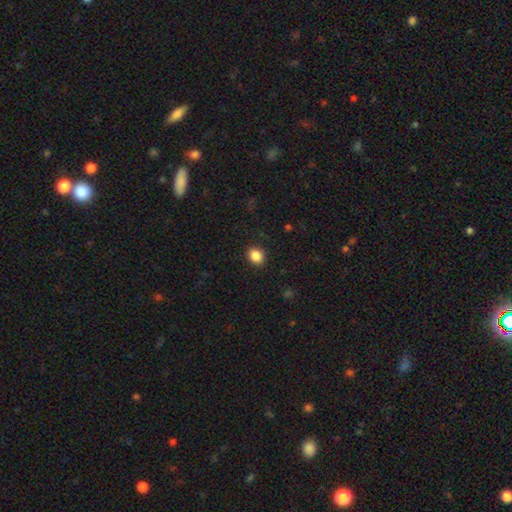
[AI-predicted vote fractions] Smooth or featured? Predicted: smooth (p=0.87). How rounded? Predicted: in between (p=0.51). Merging? Predicted: none (p=0.89).